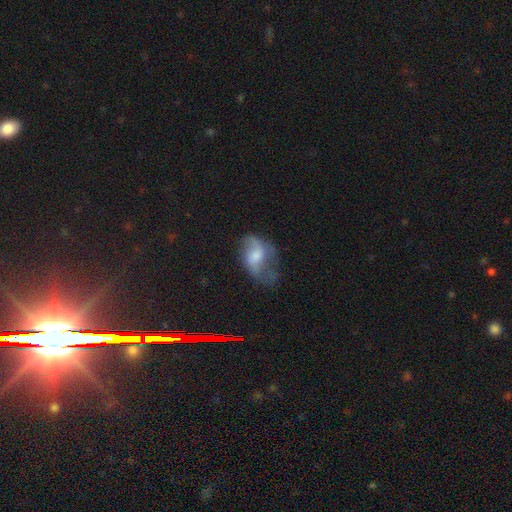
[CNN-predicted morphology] Overall: featured or disk (58%; smooth 34%). Edge-on disk: no (95%). Bar: no (55%; weak 36%). Spiral arms: yes (78%). Bulge size: moderate (46%; small 31%). Merging: none (41%; major disturbance 29%).